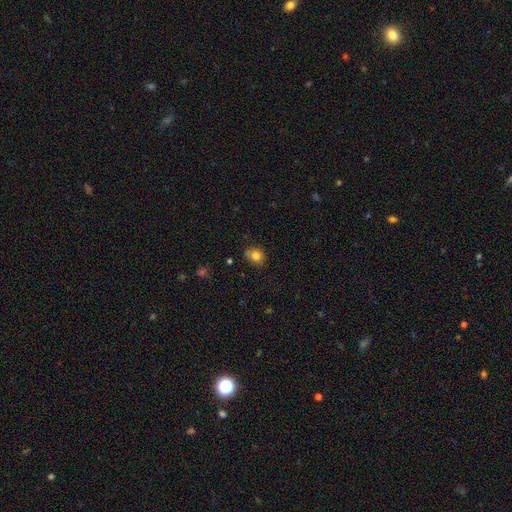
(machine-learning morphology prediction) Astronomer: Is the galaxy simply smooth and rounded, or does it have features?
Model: smooth — 81%.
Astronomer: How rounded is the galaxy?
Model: round — 66%.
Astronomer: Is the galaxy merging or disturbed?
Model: none — 75%.